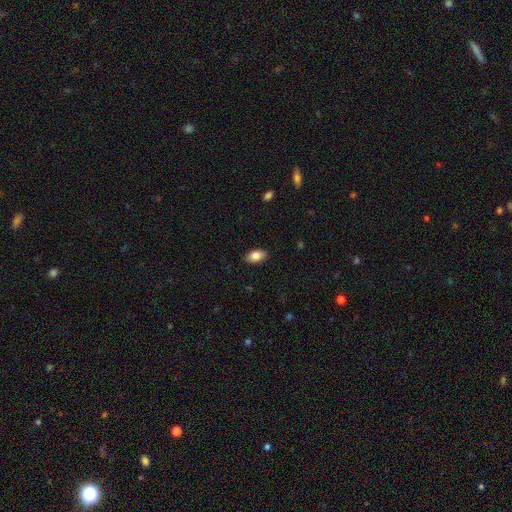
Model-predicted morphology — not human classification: Smooth or featured: smooth — 83% (featured or disk — 9%)
How rounded: in between — 93% (round — 5%)
Merging: none — 88% (minor disturbance — 9%)